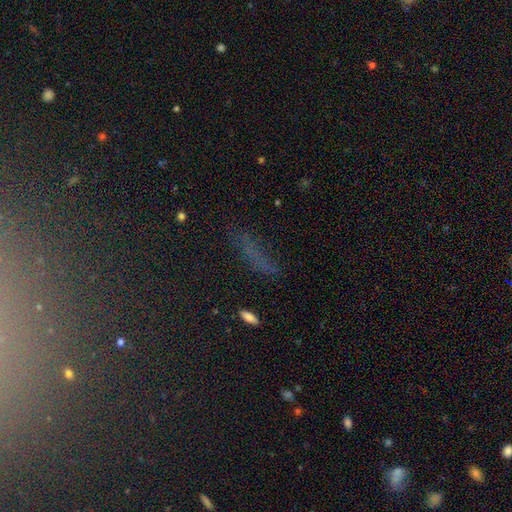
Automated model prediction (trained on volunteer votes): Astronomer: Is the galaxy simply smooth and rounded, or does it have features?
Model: star or artifact — 42% (runner-up: smooth, 37%).